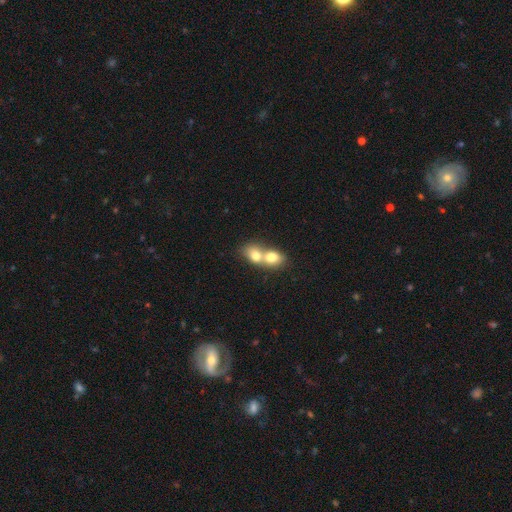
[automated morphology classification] smooth-or-featured: smooth: 73% | featured or disk: 19% | star or artifact: 8%
  how-rounded: in between: 59% | round: 39% | cigar-shaped: 2%
  merging: merger: 79% | none: 15% | minor disturbance: 4% | major disturbance: 2%